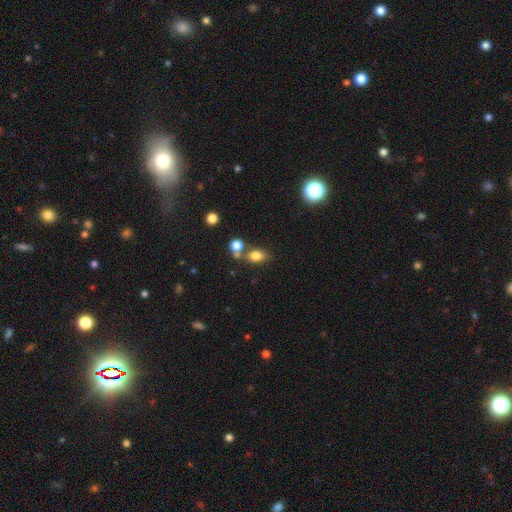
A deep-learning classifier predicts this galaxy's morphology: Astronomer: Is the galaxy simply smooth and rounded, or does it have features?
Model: smooth — 78%.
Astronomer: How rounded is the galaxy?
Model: in between — 76%.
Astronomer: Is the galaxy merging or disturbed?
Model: none — 57%.